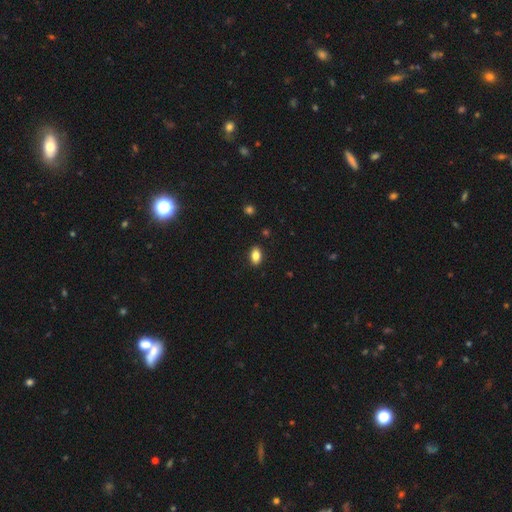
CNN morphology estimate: smooth 84%, star or artifact 9%, featured or disk 7%. Down the decision tree: how rounded — in between (88%); merging — none (89%).